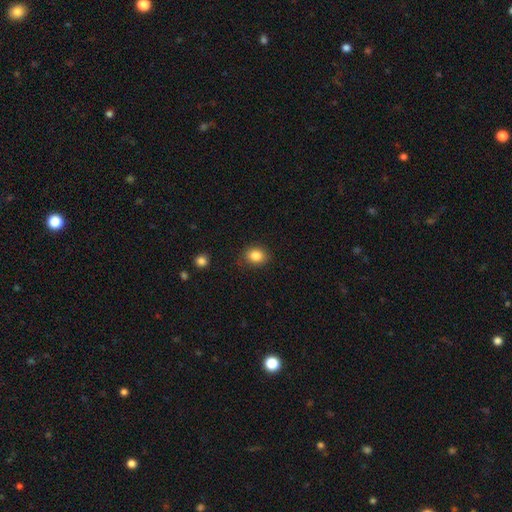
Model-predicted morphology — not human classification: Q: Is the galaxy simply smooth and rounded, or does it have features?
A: smooth — 85%.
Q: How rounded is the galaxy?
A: round — 55%.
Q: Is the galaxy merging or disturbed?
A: none — 84%.